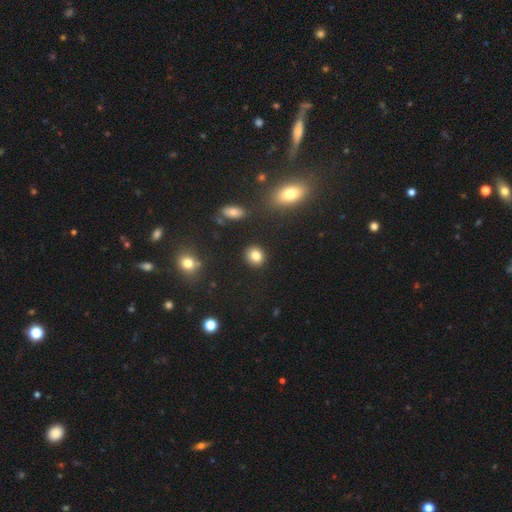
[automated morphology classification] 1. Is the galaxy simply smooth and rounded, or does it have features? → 83% smooth, 10% star or artifact, 7% featured or disk.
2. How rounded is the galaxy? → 75% round, 24% in between, 1% cigar-shaped.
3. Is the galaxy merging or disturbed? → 89% none, 7% minor disturbance, 2% major disturbance, 2% merger.